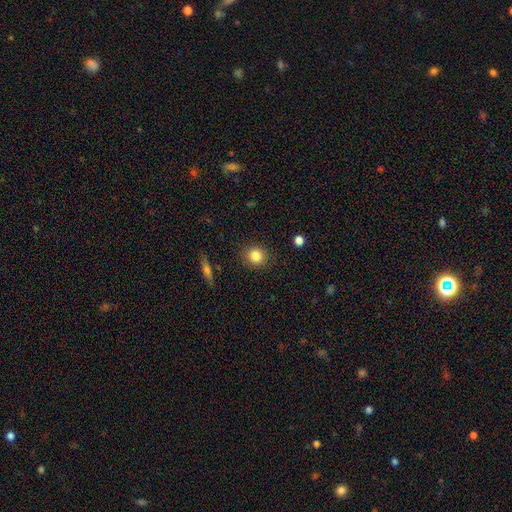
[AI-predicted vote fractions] smooth_or_featured: smooth (p=0.84) [alt: star or artifact p=0.10]
how_rounded: round (p=0.87) [alt: in between p=0.12]
merging: none (p=0.88) [alt: minor disturbance p=0.08]